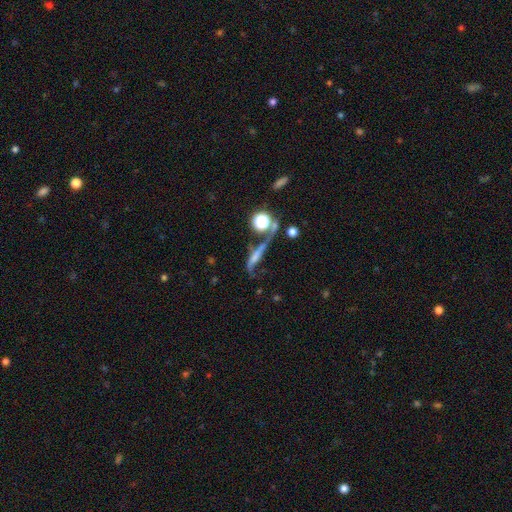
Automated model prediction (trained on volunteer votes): featured or disk 49%, smooth 36%, star or artifact 15%. Down the decision tree: merging — none (34%).